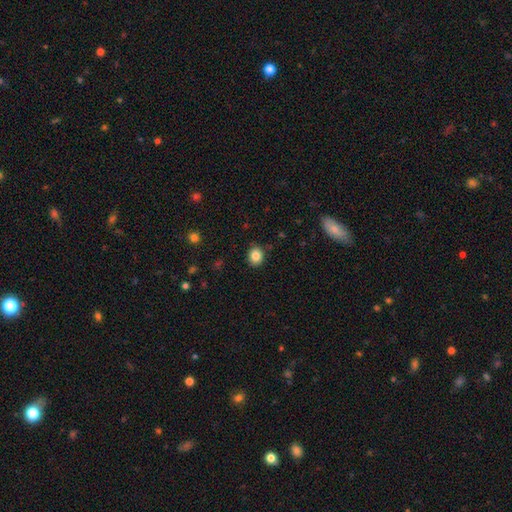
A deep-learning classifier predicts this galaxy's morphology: Q: Smooth or featured?
A: smooth (84%); runner-up: star or artifact (10%)
Q: How rounded?
A: round (66%); runner-up: in between (33%)
Q: Merging?
A: none (87%); runner-up: minor disturbance (9%)